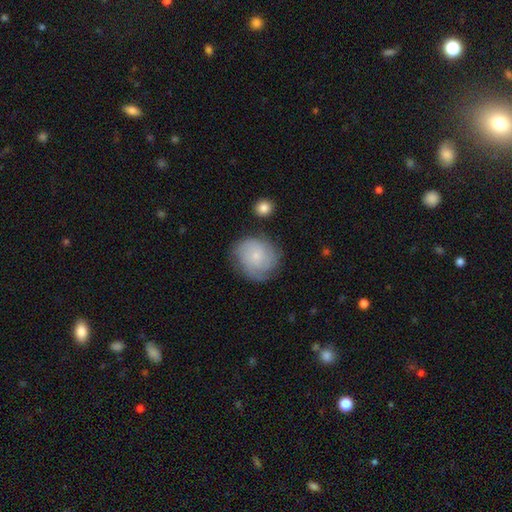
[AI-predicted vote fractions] Q: Smooth or featured?
A: featured or disk (49%); runner-up: smooth (43%)
Q: Merging?
A: none (71%); runner-up: minor disturbance (19%)